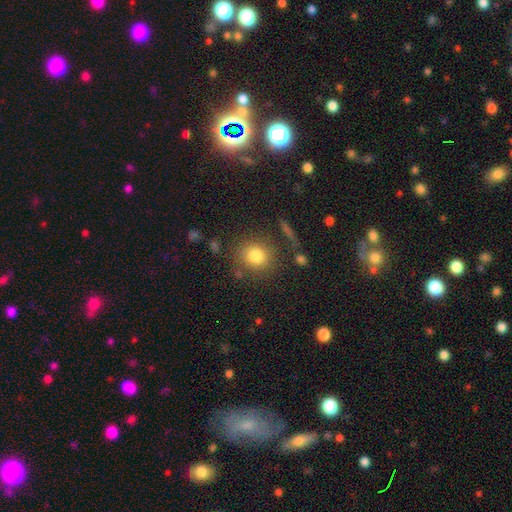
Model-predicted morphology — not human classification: smooth-or-featured: smooth: 80% | star or artifact: 11% | featured or disk: 9%
  how-rounded: round: 83% | in between: 16% | cigar-shaped: 1%
  merging: none: 80% | minor disturbance: 11% | merger: 5% | major disturbance: 5%